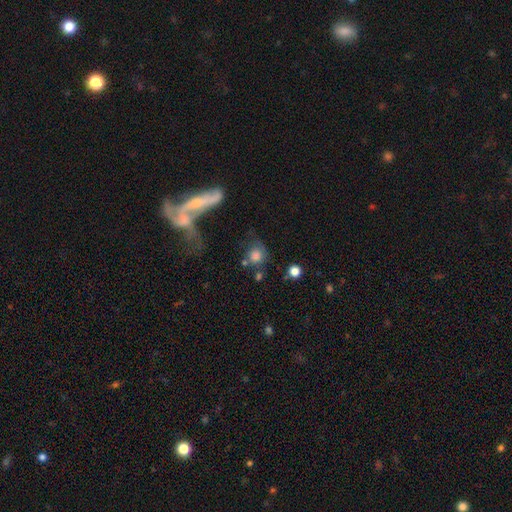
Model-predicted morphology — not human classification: Q: Smooth or featured?
A: smooth (73%); runner-up: featured or disk (15%)
Q: How rounded?
A: round (83%); runner-up: in between (15%)
Q: Merging?
A: none (51%); runner-up: minor disturbance (18%)